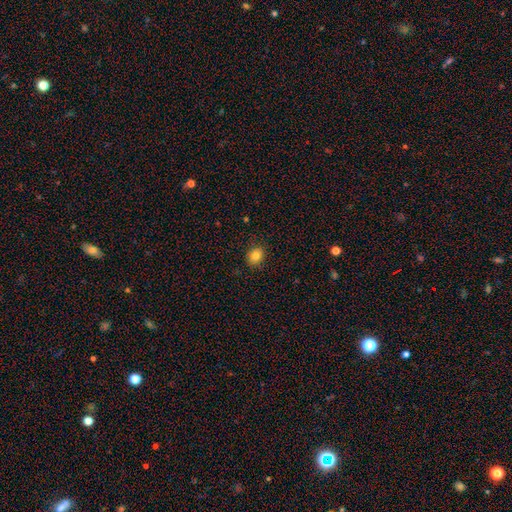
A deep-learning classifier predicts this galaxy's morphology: A smooth galaxy with no disk features (83%) that is round (64%).

Vote fractions:
- Smooth or featured? smooth: 83% / star or artifact: 11% / featured or disk: 7%
- How rounded? round: 64% / in between: 35% / cigar-shaped: 1%
- Merging? none: 89% / minor disturbance: 8% / major disturbance: 2% / merger: 1%